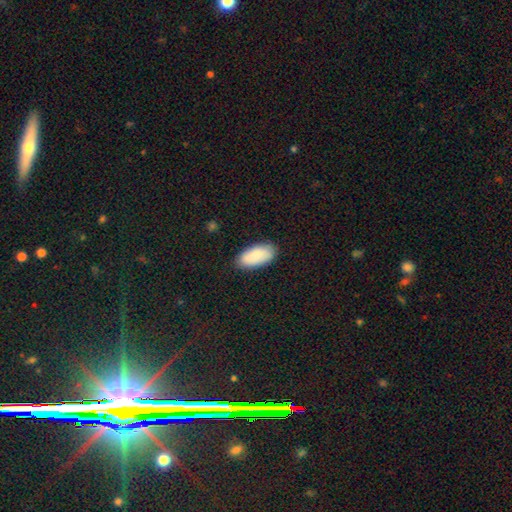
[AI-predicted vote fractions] smooth_or_featured: smooth (p=0.87) [alt: featured or disk p=0.07]
how_rounded: in between (p=0.92) [alt: cigar-shaped p=0.06]
merging: none (p=0.84) [alt: minor disturbance p=0.12]